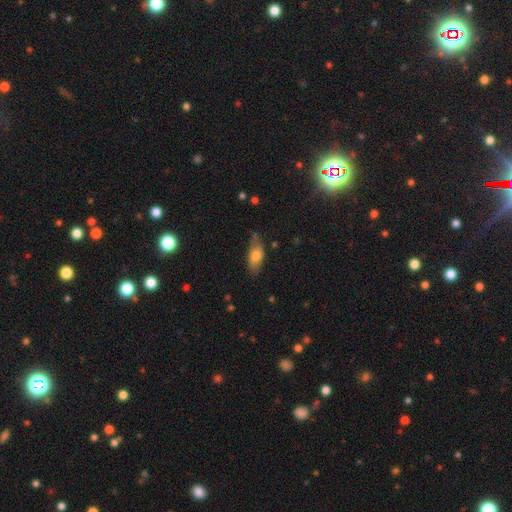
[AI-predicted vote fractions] smooth-or-featured: smooth: 70% | featured or disk: 23% | star or artifact: 7%
  how-rounded: in between: 79% | cigar-shaped: 18% | round: 3%
  merging: none: 69% | minor disturbance: 24% | major disturbance: 5% | merger: 3%